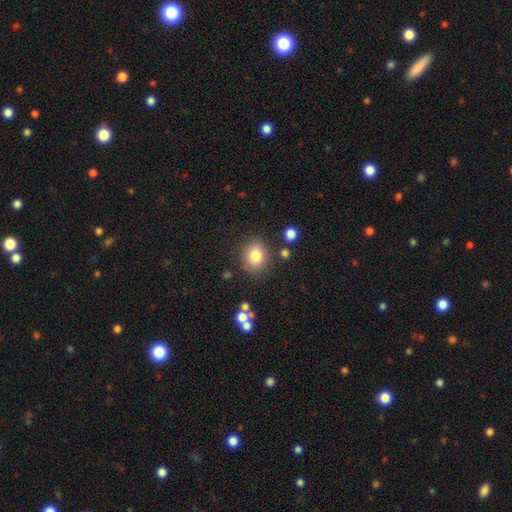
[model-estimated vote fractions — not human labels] Morphology: type=smooth (80%); roundness=round (64%); merging=none (82%).